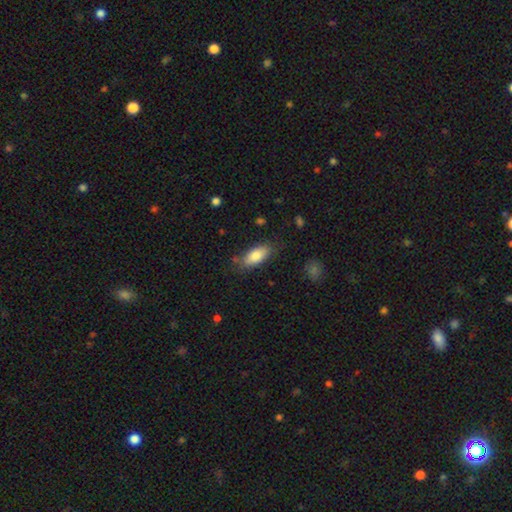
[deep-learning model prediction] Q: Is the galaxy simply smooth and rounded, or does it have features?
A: smooth — 83%.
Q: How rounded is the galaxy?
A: in between — 85%.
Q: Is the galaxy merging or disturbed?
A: none — 76%.